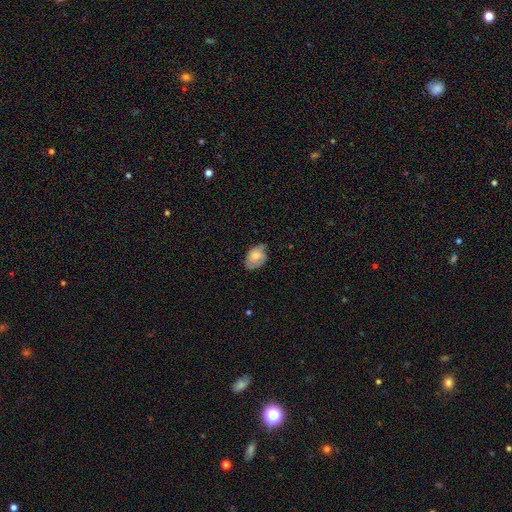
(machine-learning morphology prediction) Smooth or featured? smooth (64%)
How rounded? in between (83%)
Merging? none (58%)